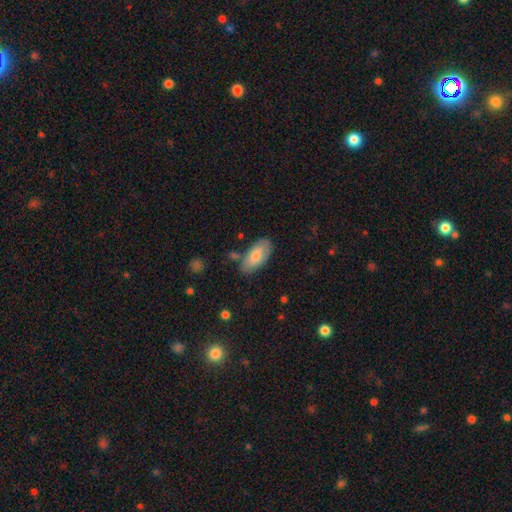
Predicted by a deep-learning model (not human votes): Smooth or featured?
  - smooth: 76% *
  - featured or disk: 18%
  - star or artifact: 6%
How rounded?
  - in between: 90% *
  - cigar-shaped: 7%
  - round: 2%
Merging?
  - none: 76% *
  - minor disturbance: 17%
  - merger: 4%
  - major disturbance: 3%